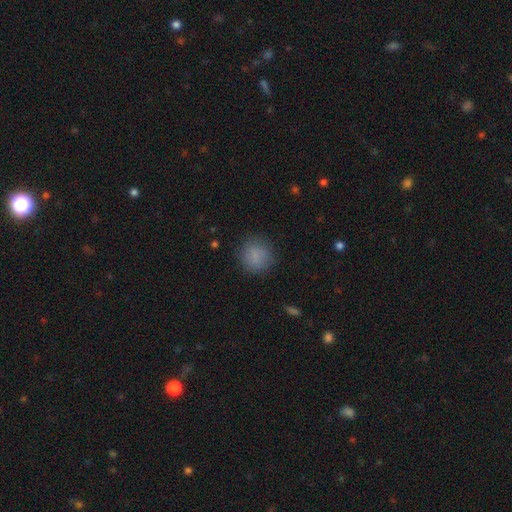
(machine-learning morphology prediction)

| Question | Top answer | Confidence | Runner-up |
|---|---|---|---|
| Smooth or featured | smooth | 83% | star or artifact (10%) |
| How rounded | round | 87% | in between (12%) |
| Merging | none | 82% | minor disturbance (12%) |